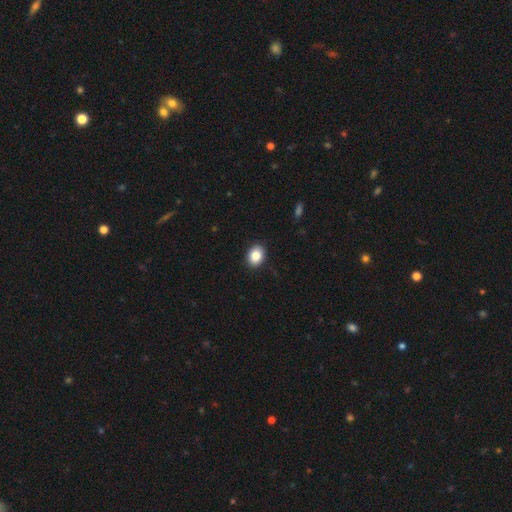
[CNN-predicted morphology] smooth_or_featured: smooth (p=0.85) [alt: star or artifact p=0.08]
how_rounded: in between (p=0.66) [alt: round p=0.33]
merging: none (p=0.90) [alt: minor disturbance p=0.07]